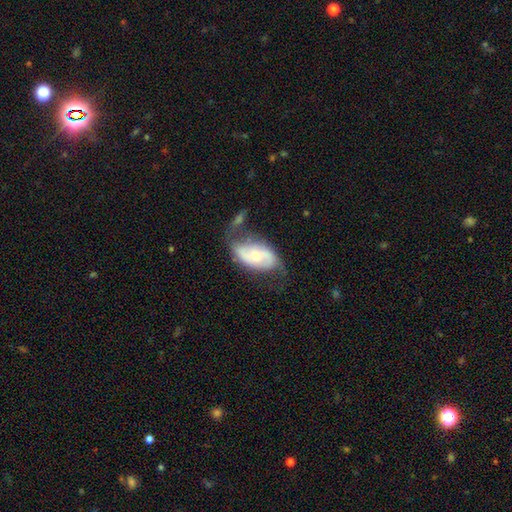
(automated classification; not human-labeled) A featured or disk galaxy (63%) with no bar (59%), spiral arms (70%) and a moderate central bulge (60%).

Vote fractions:
- Smooth or featured? featured or disk: 63% / smooth: 31% / star or artifact: 6%
- Edge-on disk? no: 93% / yes: 7%
- Bar? no: 59% / weak: 28% / strong: 13%
- Spiral arms? yes: 70% / no: 30%
- Bulge size? moderate: 60% / small: 34% / large: 4% / dominant: 1% / none: 1%
- Merging? none: 45% / minor disturbance: 28% / major disturbance: 19% / merger: 7%